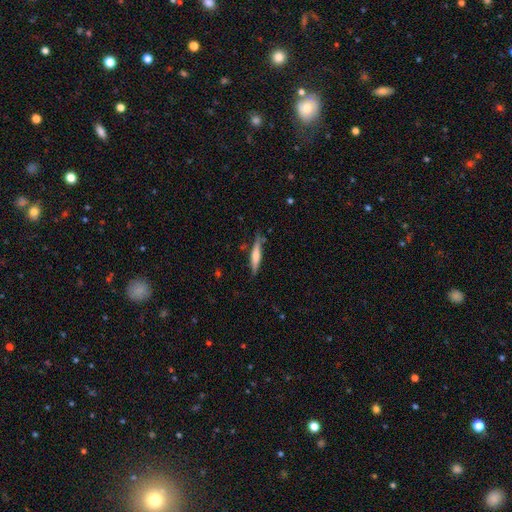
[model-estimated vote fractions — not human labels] Overall: smooth (47%, tied with featured or disk). Merging: none (78%).